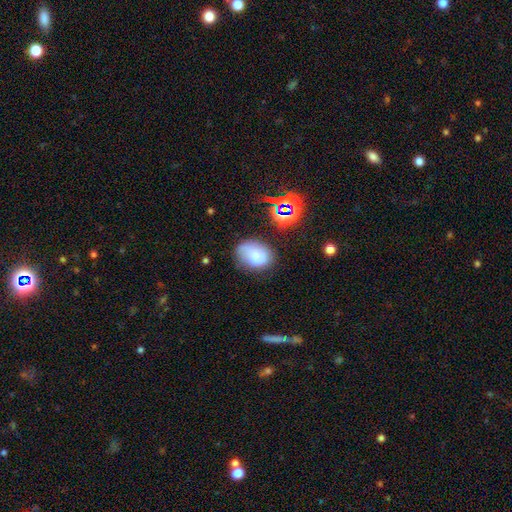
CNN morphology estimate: smooth-or-featured: smooth: 55% | featured or disk: 31% | star or artifact: 15%
  how-rounded: in between: 65% | round: 34% | cigar-shaped: 1%
  merging: none: 58% | minor disturbance: 27% | major disturbance: 10% | merger: 4%